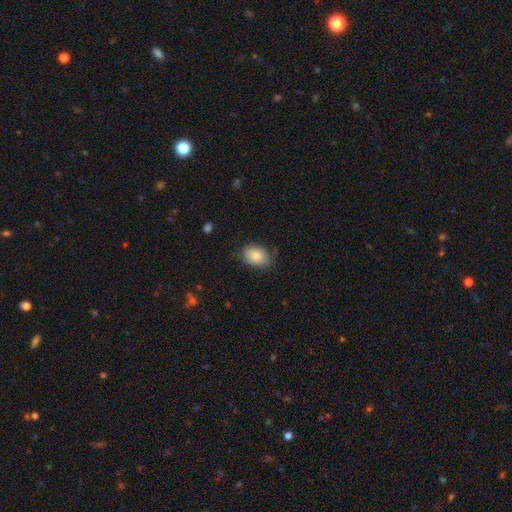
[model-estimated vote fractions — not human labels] This appears to be a smooth galaxy with no disk features (82%) that is in between round and cigar-shaped (82%). Merging: none (72%).